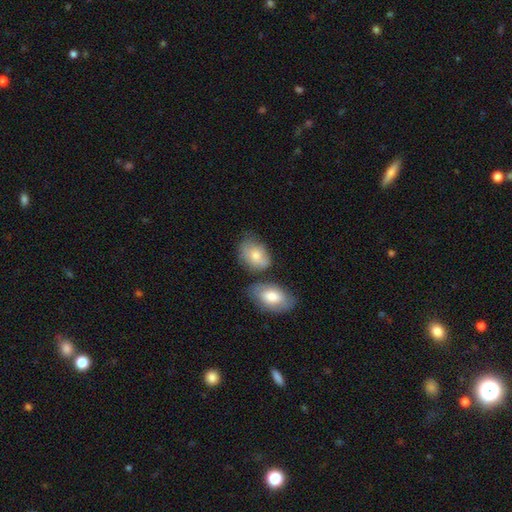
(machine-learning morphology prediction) Smooth or featured? Predicted: smooth (p=0.73). How rounded? Predicted: in between (p=0.77). Merging? Predicted: none (p=0.48).